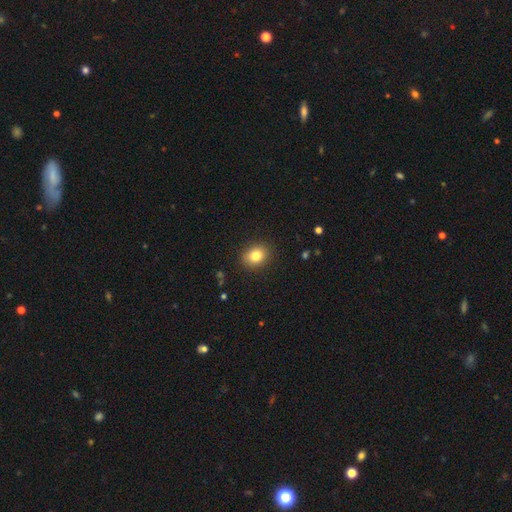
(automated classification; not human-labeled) Morphology: type=smooth (82%); roundness=in between (52%); merging=none (88%).